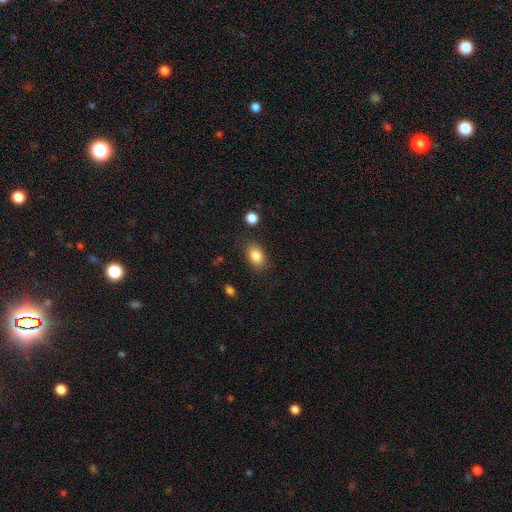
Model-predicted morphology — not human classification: A smooth galaxy with no disk features (85%) that is in between round and cigar-shaped (83%).

Vote fractions:
- Smooth or featured? smooth: 85% / star or artifact: 8% / featured or disk: 6%
- How rounded? in between: 83% / round: 15% / cigar-shaped: 1%
- Merging? none: 83% / minor disturbance: 11% / major disturbance: 3% / merger: 2%